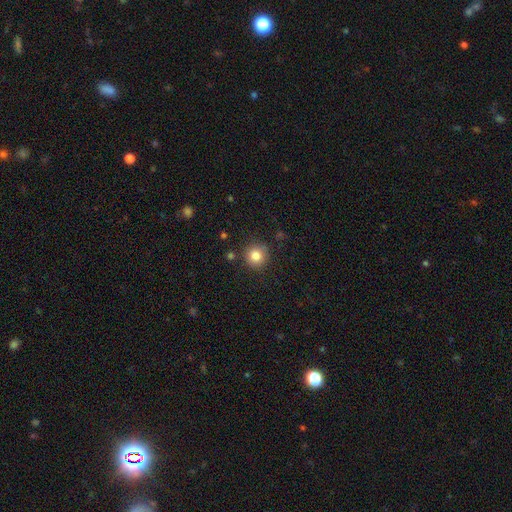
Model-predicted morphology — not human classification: The model was most divided on "smooth or featured": smooth: 83%, star or artifact: 11%, featured or disk: 6%. More confident: how rounded — round (93%); merging — none (86%).